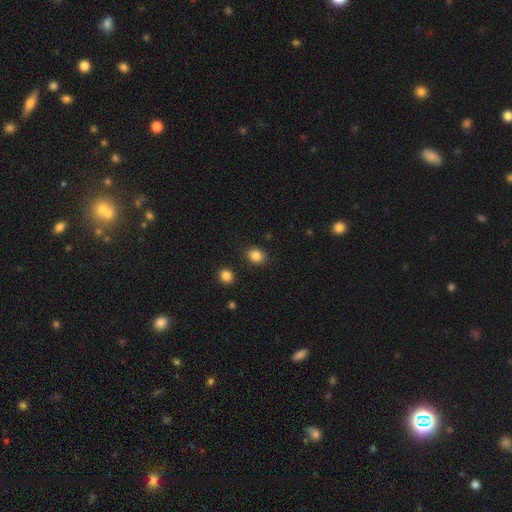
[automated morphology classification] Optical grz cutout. It shows a smooth galaxy with no disk features (85%) that is round (62%). Merging: none (87%).